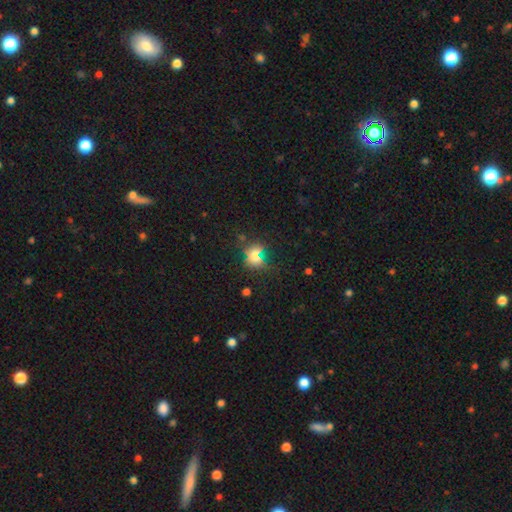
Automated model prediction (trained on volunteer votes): The model was most divided on "how rounded": round: 63%, in between: 33%, cigar-shaped: 4%. More confident: merging — none (65%); smooth or featured — smooth (62%).